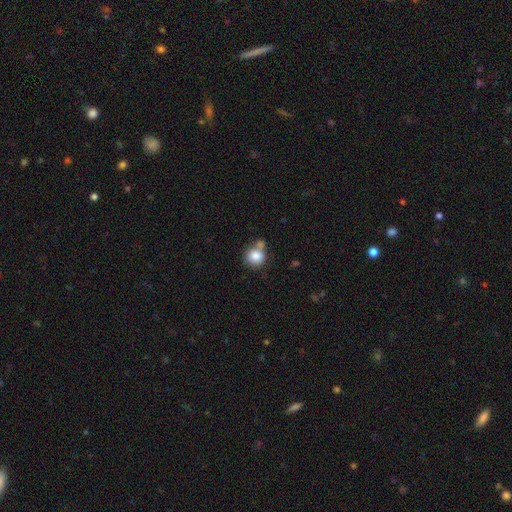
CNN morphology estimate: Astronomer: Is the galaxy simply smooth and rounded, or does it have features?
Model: smooth — 83%.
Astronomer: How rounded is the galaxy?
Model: round — 83%.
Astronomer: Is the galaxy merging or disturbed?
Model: none — 50% (runner-up: merger, 28%).